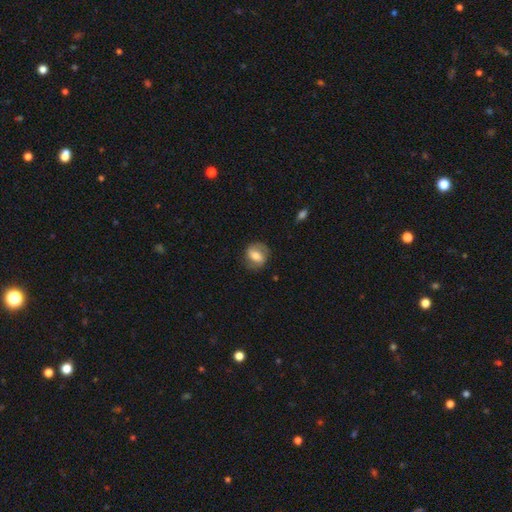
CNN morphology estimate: This appears to be a smooth galaxy with no disk features (49%). Merging: none (72%).